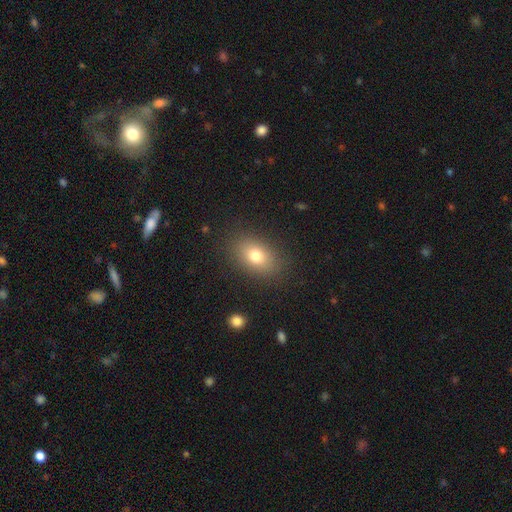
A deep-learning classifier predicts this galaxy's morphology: A smooth galaxy with no disk features (77%) that is in between round and cigar-shaped (80%).

Vote fractions:
- Smooth or featured? smooth: 77% / featured or disk: 12% / star or artifact: 11%
- How rounded? in between: 80% / round: 18% / cigar-shaped: 2%
- Merging? none: 85% / minor disturbance: 10% / major disturbance: 4% / merger: 1%